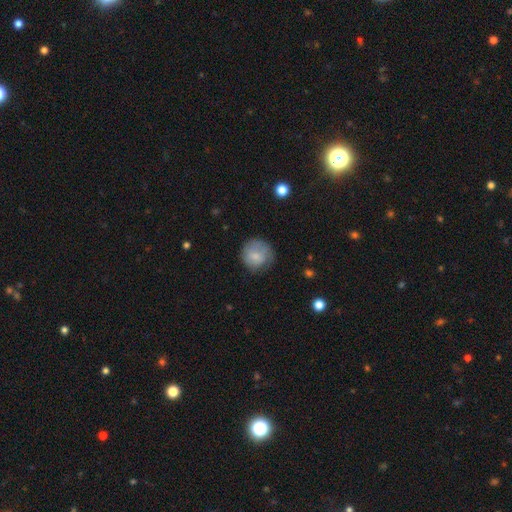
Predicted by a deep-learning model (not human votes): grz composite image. It shows a smooth galaxy with no disk features (78%) that is round (90%). Merging: none (68%).